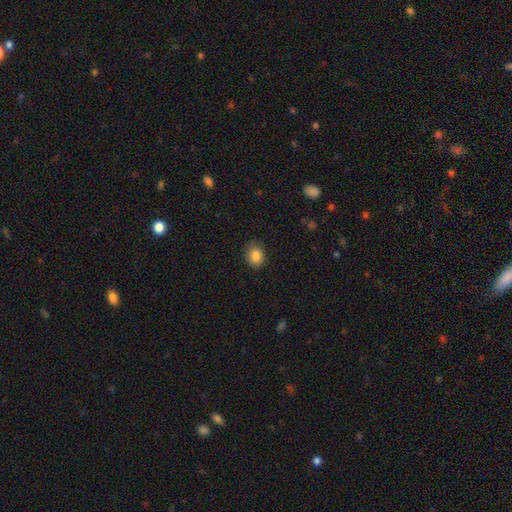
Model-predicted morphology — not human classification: A smooth galaxy with no disk features (86%) that is round (52%). Merging: none (82%).